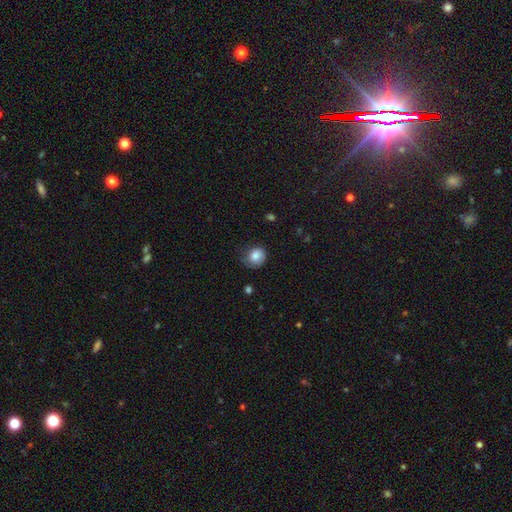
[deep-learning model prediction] Smooth or featured? Predicted: smooth (p=0.82). How rounded? Predicted: round (p=0.71). Merging? Predicted: none (p=0.65).